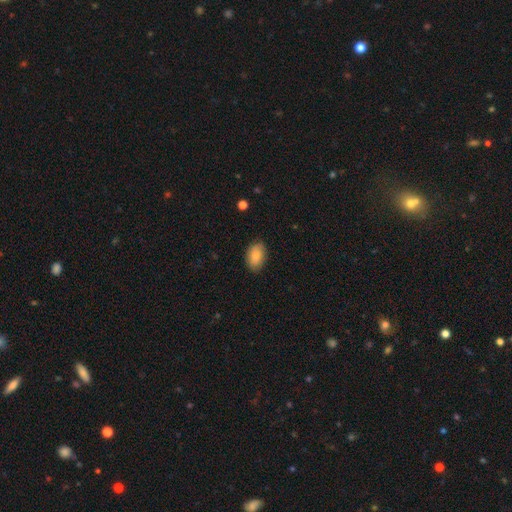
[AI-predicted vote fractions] smooth 87%, featured or disk 7%, star or artifact 6%. Down the decision tree: how rounded — in between (90%); merging — none (85%).